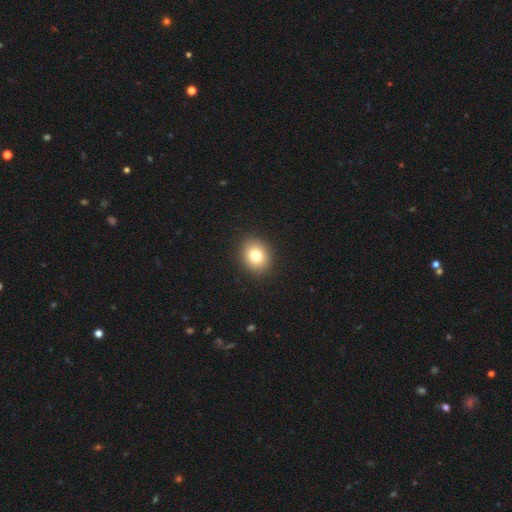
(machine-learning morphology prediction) Smooth or featured? smooth (80%)
How rounded? round (58%)
Merging? none (91%)